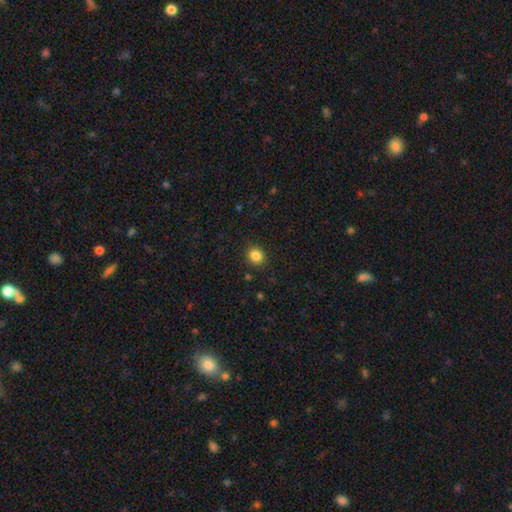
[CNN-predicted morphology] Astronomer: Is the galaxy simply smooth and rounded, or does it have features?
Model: smooth — 85%.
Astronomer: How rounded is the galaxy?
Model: round — 83%.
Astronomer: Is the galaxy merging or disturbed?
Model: none — 88%.